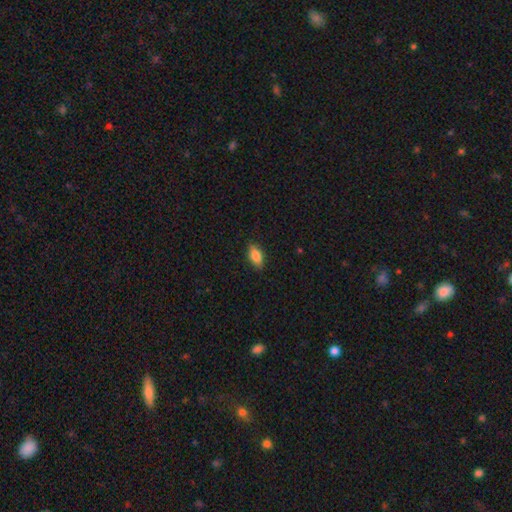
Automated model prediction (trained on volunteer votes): The model was most divided on "merging": none: 85%, minor disturbance: 12%, major disturbance: 2%, merger: 1%. More confident: how rounded — in between (88%); smooth or featured — smooth (84%).